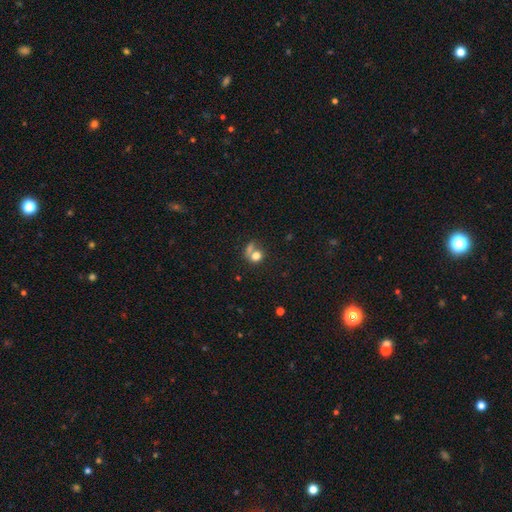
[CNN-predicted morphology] smooth 73%, featured or disk 14%, star or artifact 12%. Down the decision tree: how rounded — round (69%); merging — merger (43%).